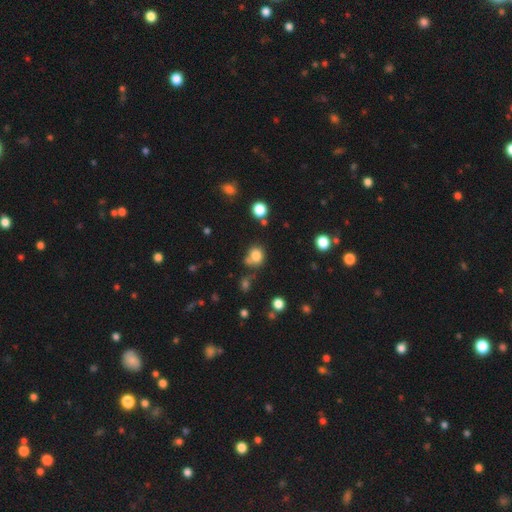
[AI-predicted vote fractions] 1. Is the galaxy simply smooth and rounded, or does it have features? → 80% smooth, 13% star or artifact, 6% featured or disk.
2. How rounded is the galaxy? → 75% round, 24% in between, 1% cigar-shaped.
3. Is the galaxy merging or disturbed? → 59% none, 18% merger, 16% minor disturbance, 7% major disturbance.